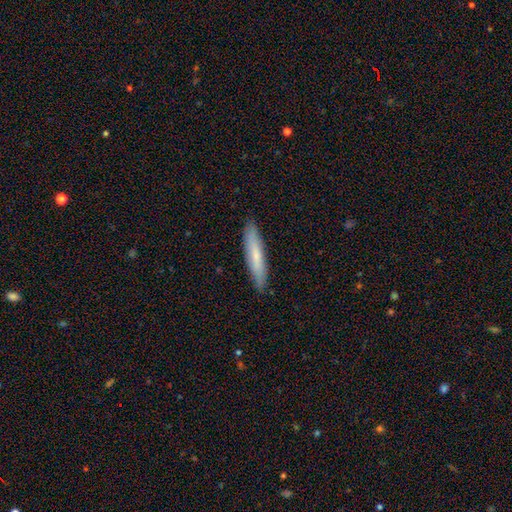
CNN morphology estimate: smooth-or-featured: smooth: 67% | featured or disk: 27% | star or artifact: 6%
  how-rounded: cigar-shaped: 89% | in between: 10% | round: 1%
  merging: none: 89% | minor disturbance: 8% | major disturbance: 2% | merger: 1%